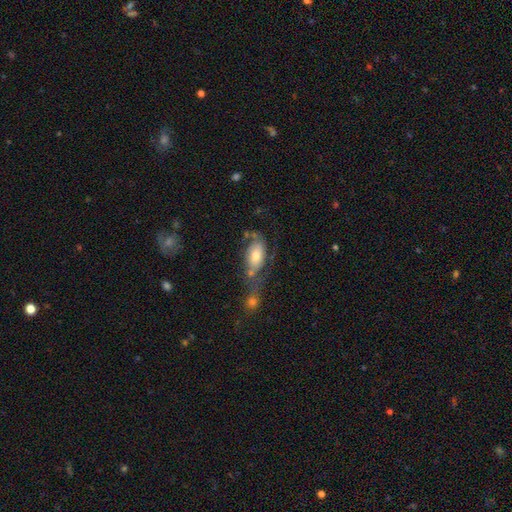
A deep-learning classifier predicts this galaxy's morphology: type=smooth (61%); roundness=in between (89%); merging=merger (34%).